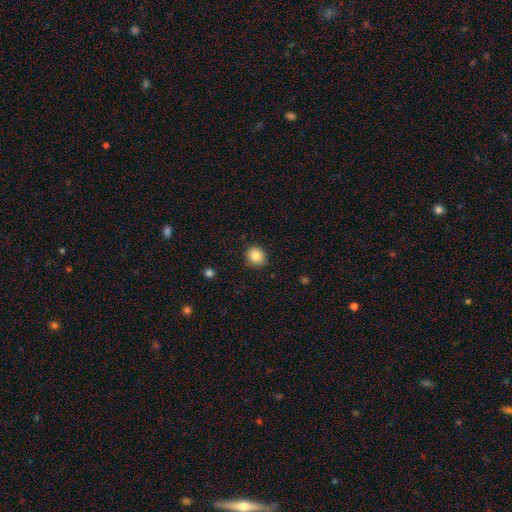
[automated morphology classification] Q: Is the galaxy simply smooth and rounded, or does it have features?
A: smooth — 85%.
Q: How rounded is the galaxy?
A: round — 77%.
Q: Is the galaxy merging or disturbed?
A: none — 85%.